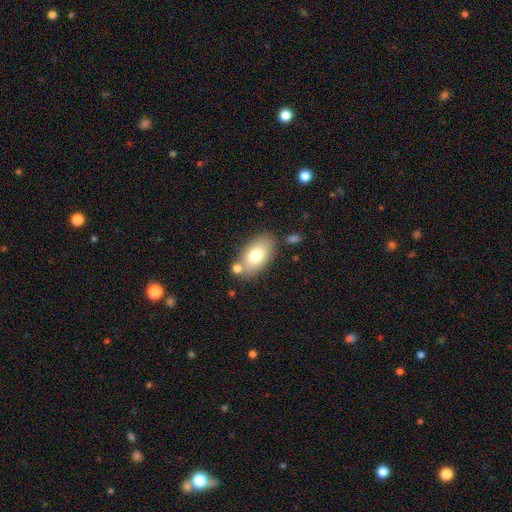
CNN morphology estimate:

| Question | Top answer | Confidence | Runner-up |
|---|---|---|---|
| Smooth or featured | smooth | 74% | featured or disk (18%) |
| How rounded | in between | 92% | round (6%) |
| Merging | none | 73% | minor disturbance (13%) |